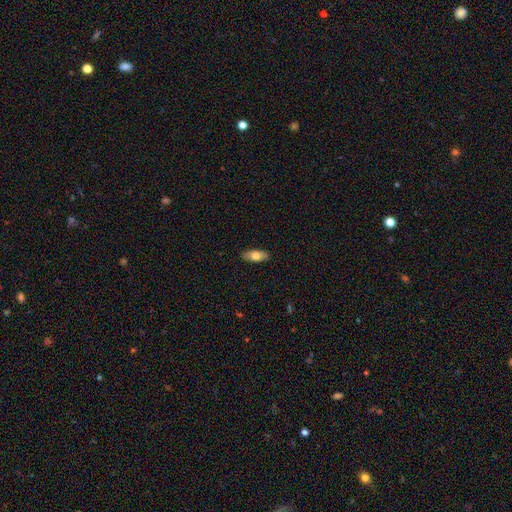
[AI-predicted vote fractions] Smooth or featured? Predicted: smooth (p=0.75). How rounded? Predicted: in between (p=0.83). Merging? Predicted: none (p=0.89).